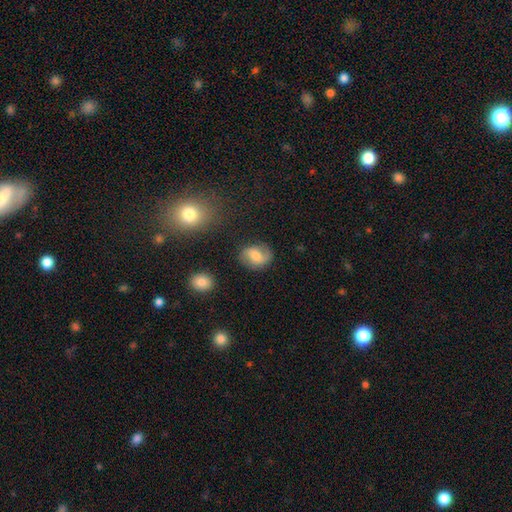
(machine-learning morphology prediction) The model was most divided on "smooth or featured": smooth: 46%, featured or disk: 45%, star or artifact: 9%. More confident: merging — none (75%).